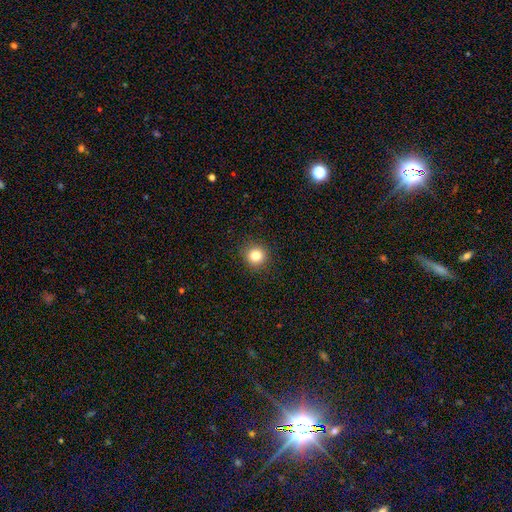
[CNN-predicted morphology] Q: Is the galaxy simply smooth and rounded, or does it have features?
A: smooth — 82%.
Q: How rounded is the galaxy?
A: round — 94%.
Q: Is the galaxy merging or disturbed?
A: none — 92%.